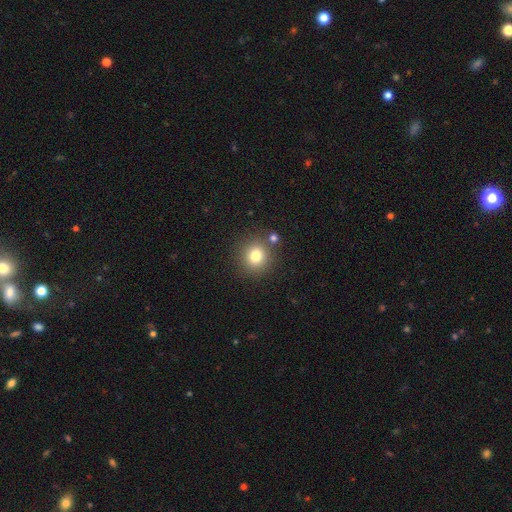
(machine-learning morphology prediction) Overall: smooth (79%). How rounded: round (89%). Merging: none (81%).